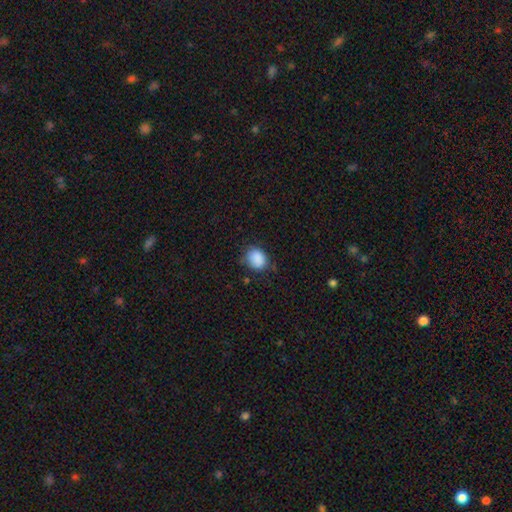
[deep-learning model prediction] Q: Smooth or featured?
A: smooth (88%); runner-up: star or artifact (8%)
Q: How rounded?
A: round (53%); runner-up: in between (46%)
Q: Merging?
A: none (75%); runner-up: minor disturbance (18%)